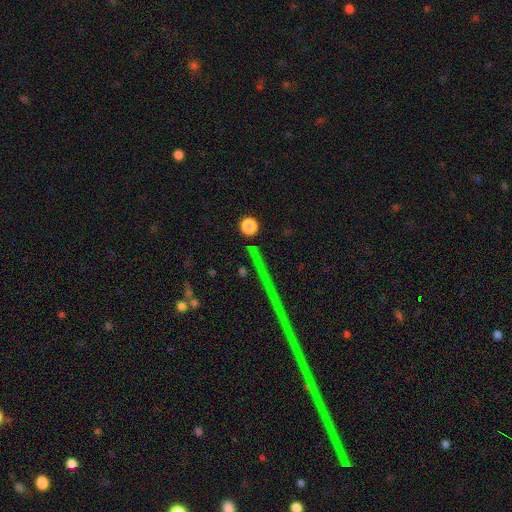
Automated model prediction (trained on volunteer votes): smooth 45%, star or artifact 42%, featured or disk 13%. Down the decision tree: merging — none (86%).